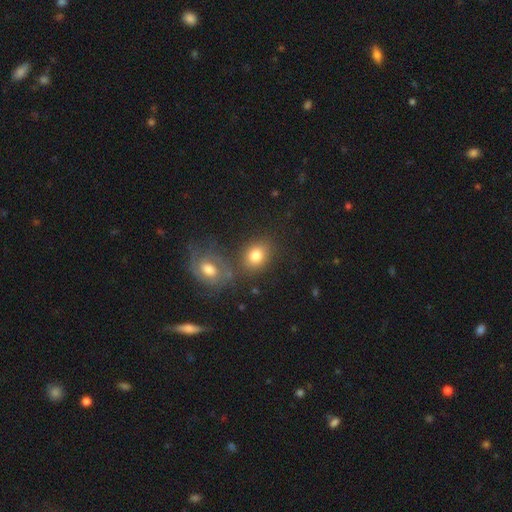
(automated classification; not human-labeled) A smooth galaxy with no disk features (76%) that is in between round and cigar-shaped (53%). Merging: none (61%).